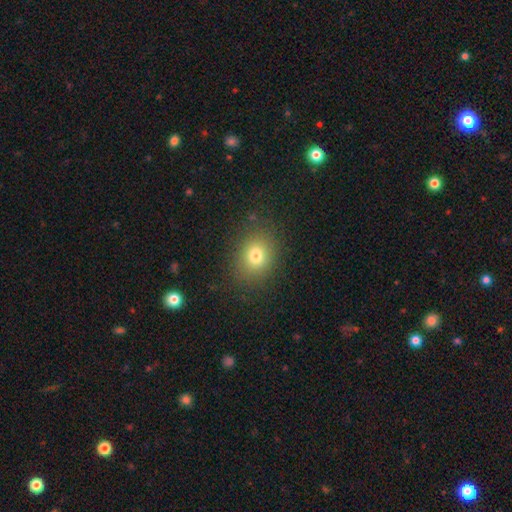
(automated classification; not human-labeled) A smooth galaxy with no disk features (76%) that is round (62%). Merging: none (85%).